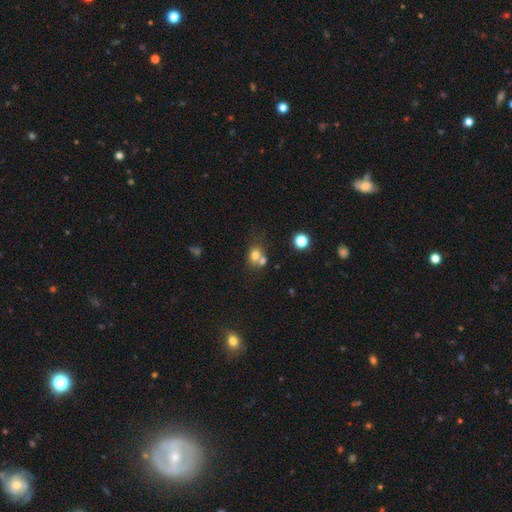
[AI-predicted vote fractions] Smooth or featured? Predicted: smooth (p=0.73). How rounded? Predicted: round (p=0.56). Merging? Predicted: merger (p=0.45).